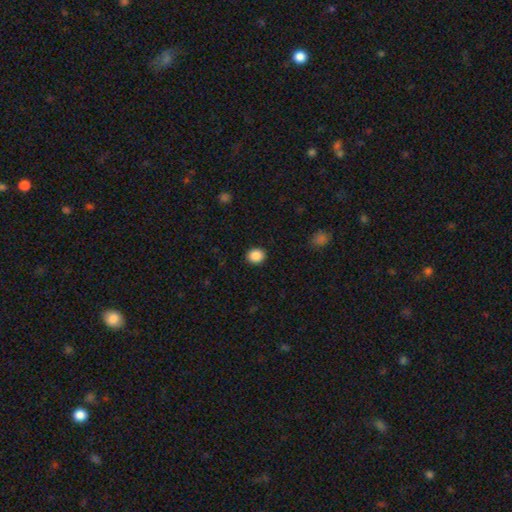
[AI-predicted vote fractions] This is clearly a smooth galaxy (88%). How rounded: likely round (74%). Merging: clearly none (91%).